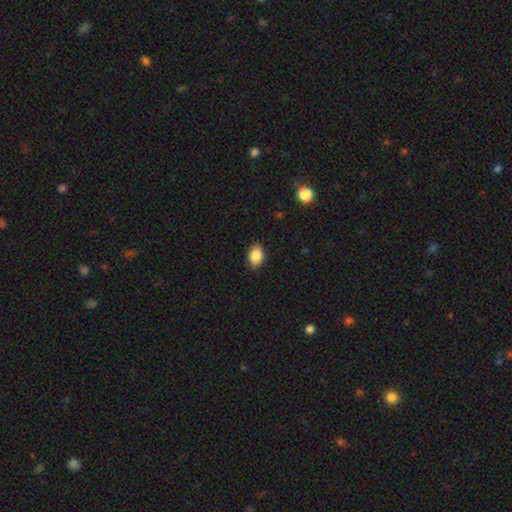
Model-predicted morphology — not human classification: A smooth galaxy with no disk features (87%) that is in between round and cigar-shaped (77%). Merging: none (88%).